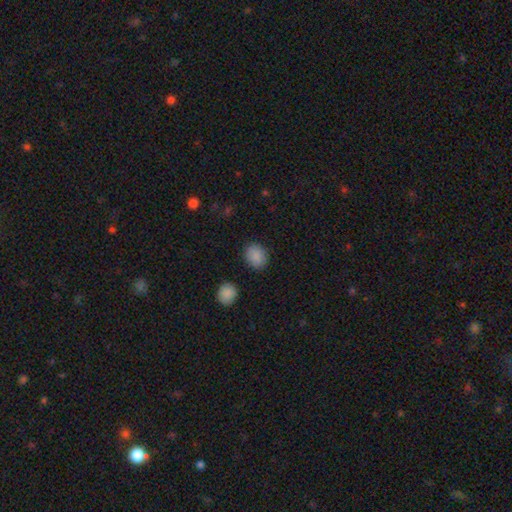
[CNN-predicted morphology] The model was most divided on "how rounded": round: 63%, in between: 36%, cigar-shaped: 1%. More confident: smooth or featured — smooth (88%); merging — none (87%).